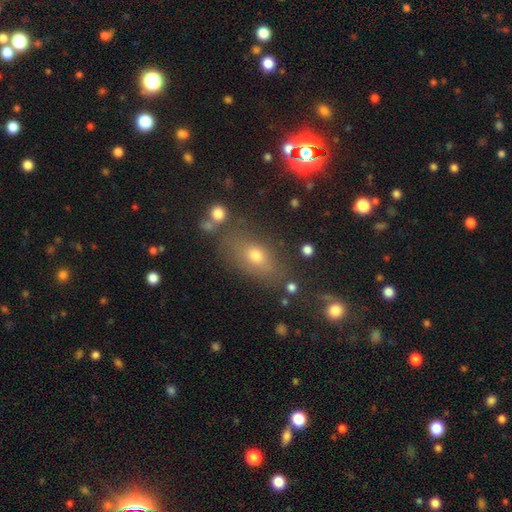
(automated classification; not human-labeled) Morphology: type=smooth (67%); roundness=in between (75%); merging=none (71%).